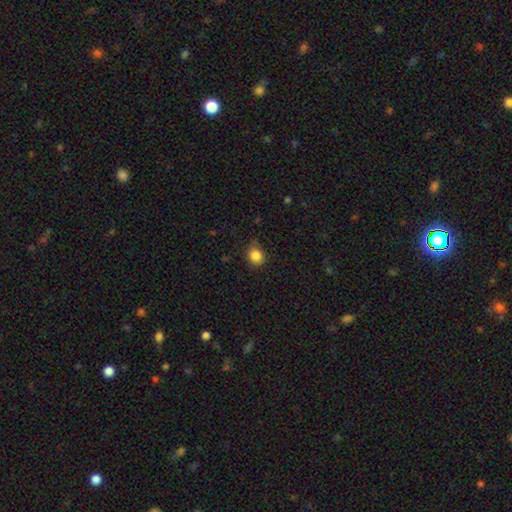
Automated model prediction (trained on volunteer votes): This is clearly a smooth galaxy (85%). How rounded: clearly round (80%). Merging: likely none (79%).